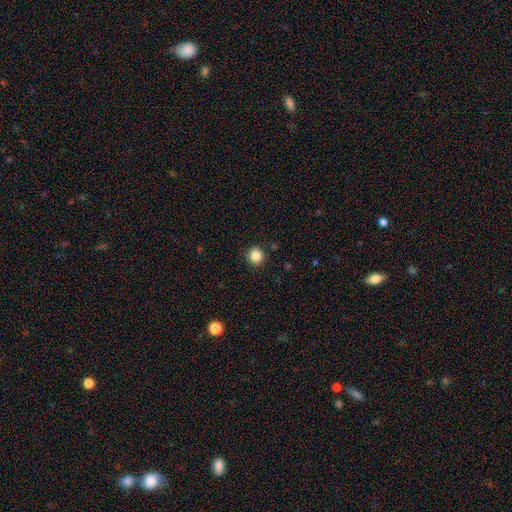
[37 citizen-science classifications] Q: Smooth or featured?
A: smooth (84%); runner-up: featured or disk (11%)
Q: How rounded?
A: round (94%); runner-up: in between (6%)
Q: Merging?
A: none (94%); runner-up: major disturbance (3%)